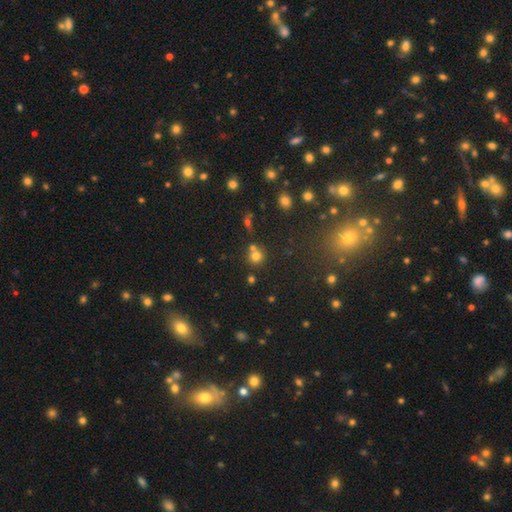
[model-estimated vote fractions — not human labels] smooth_or_featured: smooth (p=0.71) [alt: star or artifact p=0.19]
how_rounded: round (p=0.89) [alt: in between p=0.10]
merging: none (p=0.59) [alt: merger p=0.29]